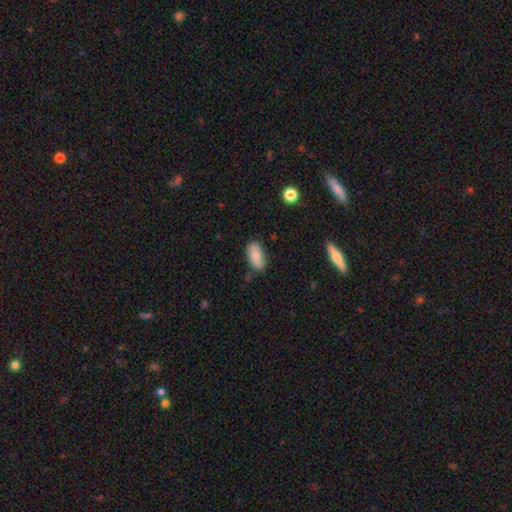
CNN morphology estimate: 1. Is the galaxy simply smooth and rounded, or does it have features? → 79% smooth, 14% featured or disk, 7% star or artifact.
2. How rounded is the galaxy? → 93% in between, 5% cigar-shaped, 3% round.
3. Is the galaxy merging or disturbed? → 74% none, 21% minor disturbance, 3% major disturbance, 2% merger.